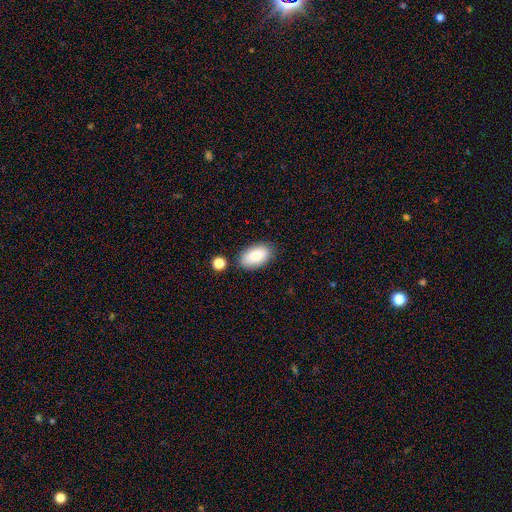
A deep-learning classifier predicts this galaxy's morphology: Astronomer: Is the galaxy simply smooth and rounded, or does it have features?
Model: smooth — 82%.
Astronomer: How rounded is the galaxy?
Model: in between — 94%.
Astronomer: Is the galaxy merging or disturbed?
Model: none — 81%.